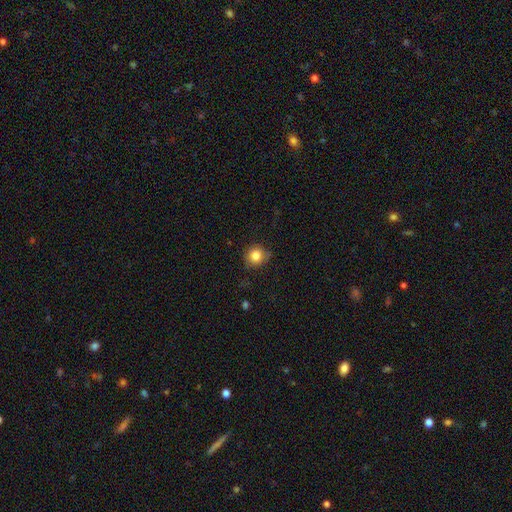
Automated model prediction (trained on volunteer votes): A smooth galaxy with no disk features (84%) that is round (89%).

Vote fractions:
- Smooth or featured? smooth: 84% / star or artifact: 10% / featured or disk: 6%
- How rounded? round: 89% / in between: 10% / cigar-shaped: 1%
- Merging? none: 81% / minor disturbance: 14% / major disturbance: 3% / merger: 1%